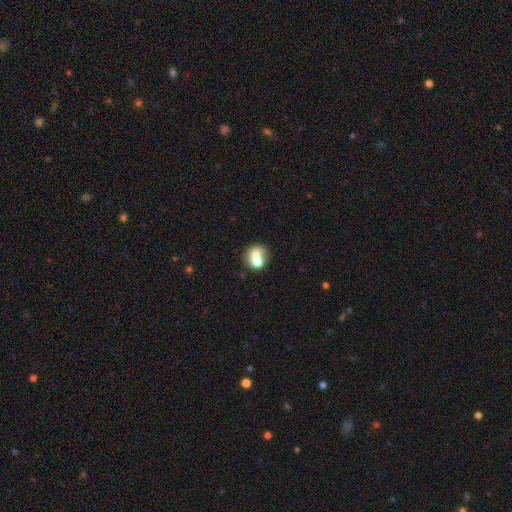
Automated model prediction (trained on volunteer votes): Smooth or featured: smooth — 67% (featured or disk — 24%)
How rounded: round — 72% (in between — 27%)
Merging: merger — 54% (none — 33%)